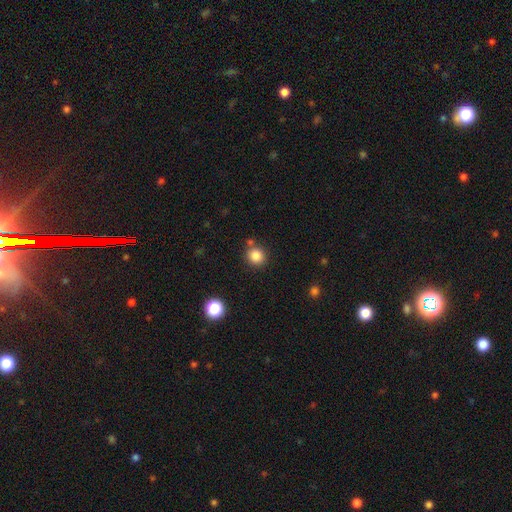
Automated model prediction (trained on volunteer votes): A smooth galaxy with no disk features (84%) that is round (90%). Merging: none (78%).